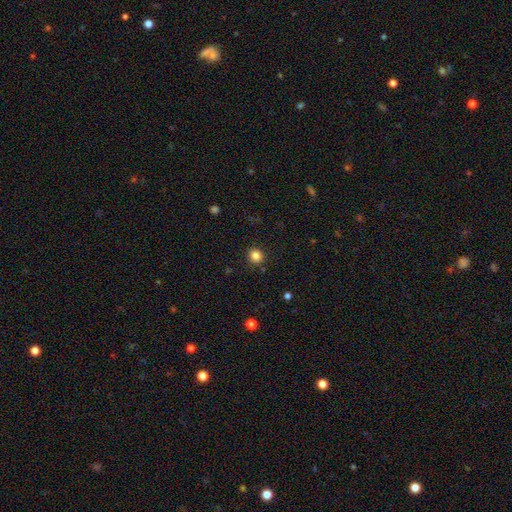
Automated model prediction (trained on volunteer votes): The model was most divided on "smooth or featured": smooth: 83%, star or artifact: 12%, featured or disk: 5%. More confident: merging — none (89%); how rounded — round (85%).